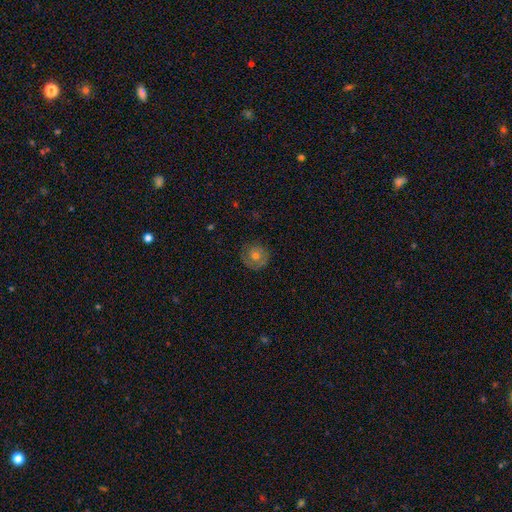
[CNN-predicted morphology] Smooth or featured?
  - smooth: 47% *
  - featured or disk: 43%
  - star or artifact: 10%
Merging?
  - none: 82% *
  - minor disturbance: 13%
  - major disturbance: 4%
  - merger: 1%